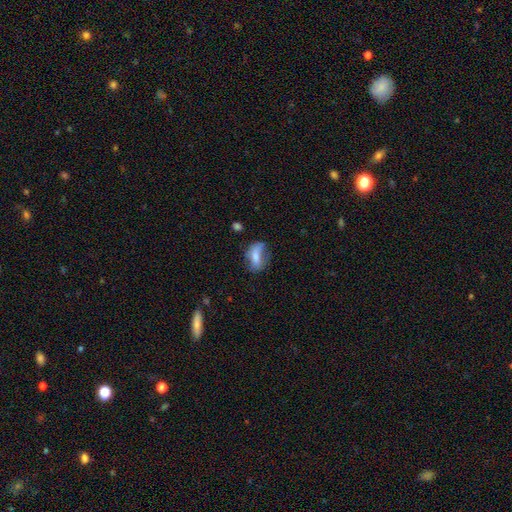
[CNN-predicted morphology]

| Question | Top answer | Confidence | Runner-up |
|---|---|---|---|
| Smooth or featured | smooth | 65% | featured or disk (26%) |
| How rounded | in between | 78% | cigar-shaped (12%) |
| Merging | none | 48% | minor disturbance (30%) |